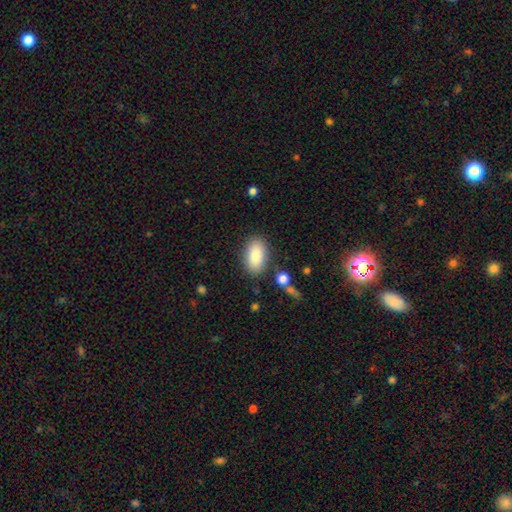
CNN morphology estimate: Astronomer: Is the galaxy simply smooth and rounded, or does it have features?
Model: smooth — 86%.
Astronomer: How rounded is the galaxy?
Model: in between — 93%.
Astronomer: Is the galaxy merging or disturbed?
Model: none — 82%.